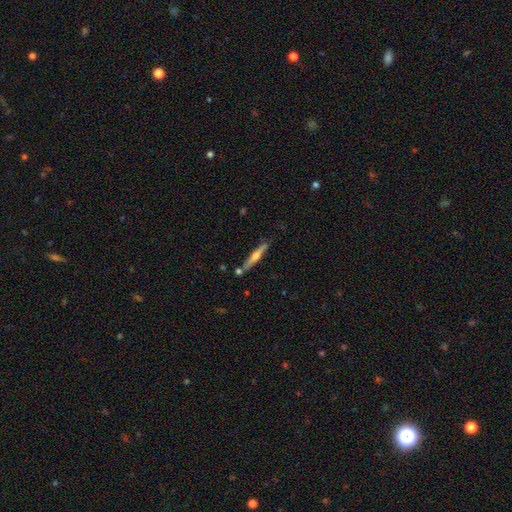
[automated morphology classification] featured or disk 59%, smooth 36%, star or artifact 6%. Down the decision tree: edge-on disk — yes (96%); edge-on bulge — rounded (85%); merging — none (80%).